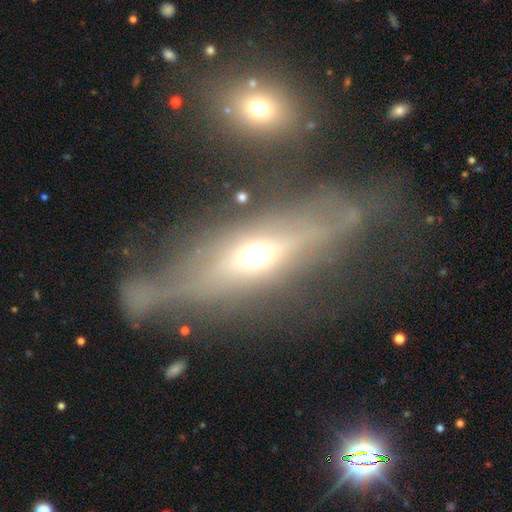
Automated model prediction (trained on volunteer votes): Smooth or featured? featured or disk (70%)
Edge-on disk? yes (69%)
Merging? none (44%)